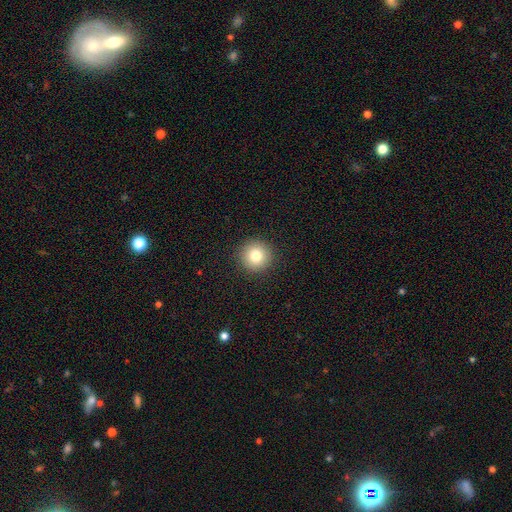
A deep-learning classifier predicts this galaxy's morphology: smooth 80%, star or artifact 11%, featured or disk 9%. Down the decision tree: how rounded — round (96%); merging — none (93%).